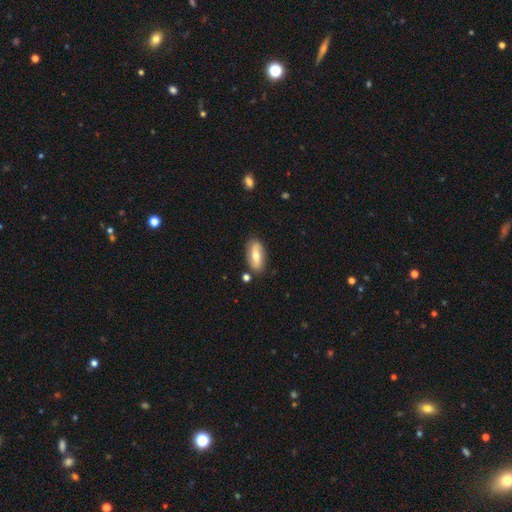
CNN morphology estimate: The model was most divided on "smooth or featured": smooth: 51%, featured or disk: 43%, star or artifact: 6%. More confident: merging — none (83%); how rounded — in between (82%).